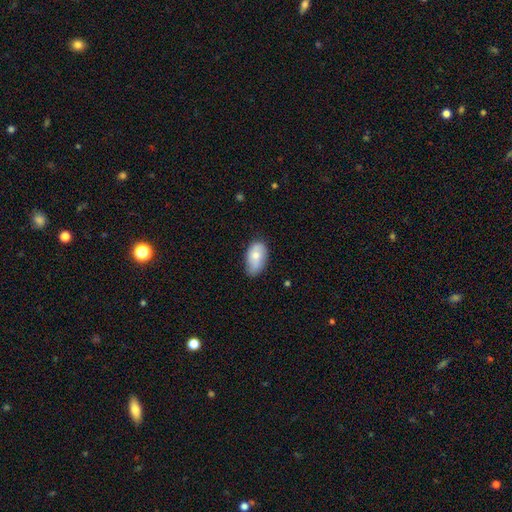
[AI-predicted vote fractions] A smooth galaxy with no disk features (69%) that is in between round and cigar-shaped (93%).

Vote fractions:
- Smooth or featured? smooth: 69% / featured or disk: 25% / star or artifact: 7%
- How rounded? in between: 93% / round: 5% / cigar-shaped: 2%
- Merging? none: 67% / minor disturbance: 26% / major disturbance: 5% / merger: 2%